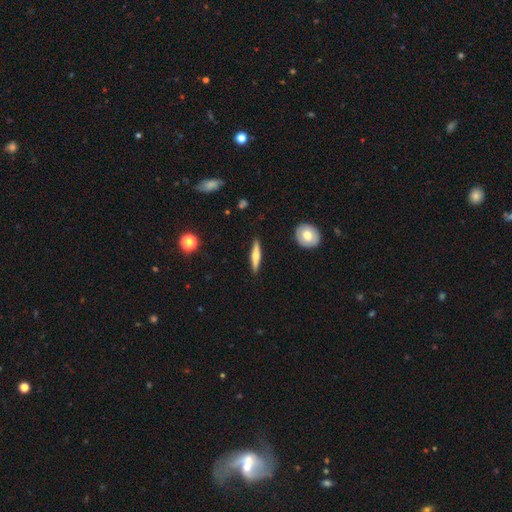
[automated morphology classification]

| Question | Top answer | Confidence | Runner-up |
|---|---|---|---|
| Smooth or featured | featured or disk | 50% | smooth (45%) |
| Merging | none | 90% | minor disturbance (7%) |